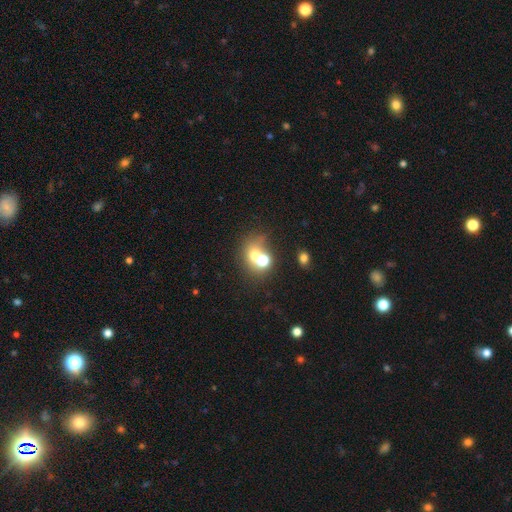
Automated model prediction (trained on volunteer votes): This is likely a smooth galaxy (62%). How rounded: likely round (68%). Merging: possibly merger (48%).